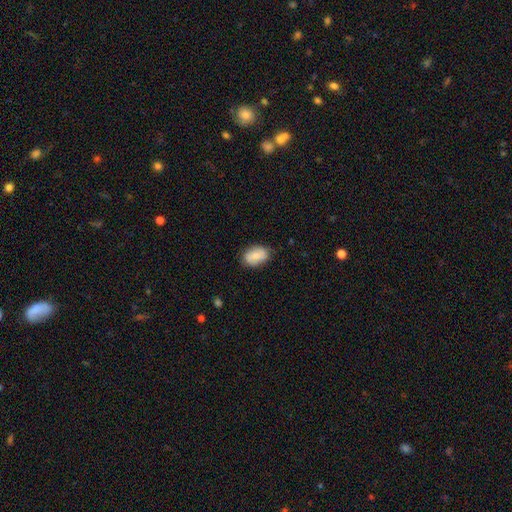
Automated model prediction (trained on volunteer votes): This is likely a smooth galaxy (78%). How rounded: clearly in between (87%). Merging: likely none (77%).